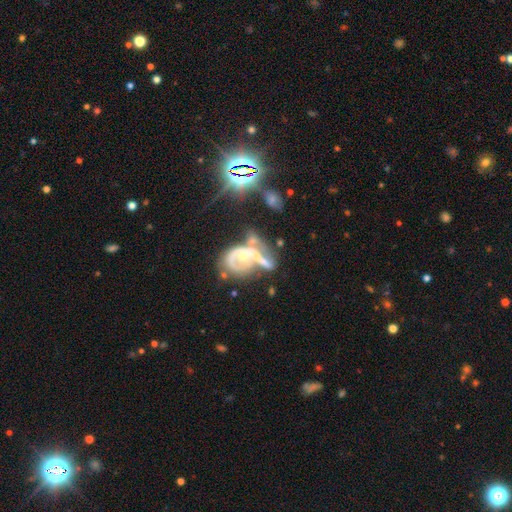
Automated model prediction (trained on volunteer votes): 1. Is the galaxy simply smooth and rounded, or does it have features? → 65% featured or disk, 25% smooth, 10% star or artifact.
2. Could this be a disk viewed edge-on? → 95% no, 5% yes.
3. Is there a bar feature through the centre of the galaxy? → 77% no, 17% weak, 7% strong.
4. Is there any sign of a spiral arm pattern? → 57% no, 43% yes.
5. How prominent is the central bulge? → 49% moderate, 38% small, 8% none, 4% large, 2% dominant.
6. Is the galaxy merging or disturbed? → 50% merger, 24% major disturbance, 15% none, 11% minor disturbance.